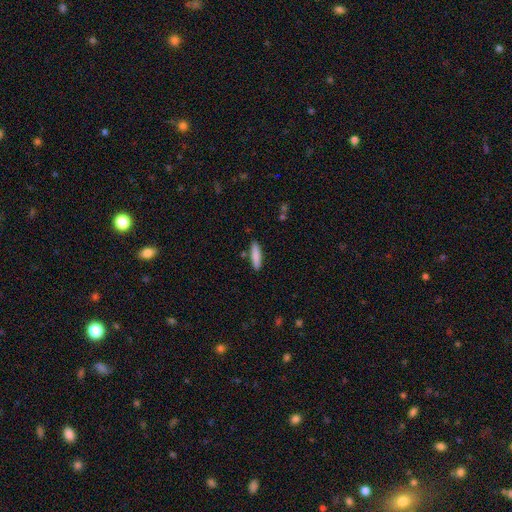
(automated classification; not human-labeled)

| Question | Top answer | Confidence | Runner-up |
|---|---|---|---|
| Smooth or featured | smooth | 85% | featured or disk (9%) |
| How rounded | cigar-shaped | 75% | in between (23%) |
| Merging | none | 85% | minor disturbance (10%) |